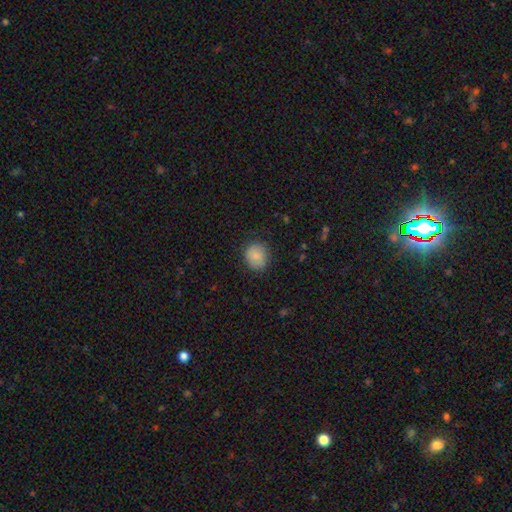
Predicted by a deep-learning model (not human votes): Smooth or featured?
  - smooth: 85% *
  - star or artifact: 8%
  - featured or disk: 7%
How rounded?
  - round: 73% *
  - in between: 26%
  - cigar-shaped: 1%
Merging?
  - none: 80% *
  - minor disturbance: 14%
  - major disturbance: 4%
  - merger: 1%